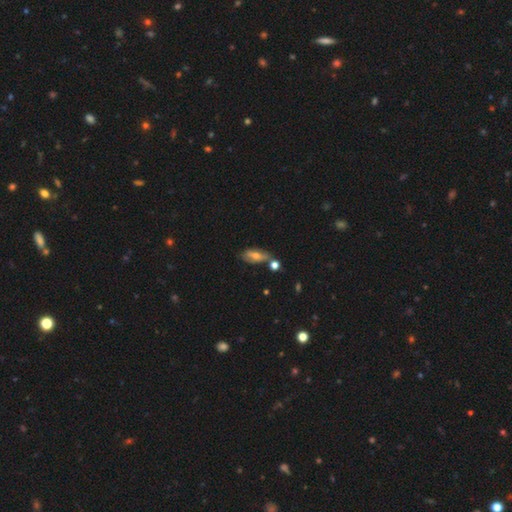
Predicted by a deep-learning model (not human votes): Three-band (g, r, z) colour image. It shows a smooth galaxy with no disk features (50%) that is in between round and cigar-shaped (75%). Merging: none (59%).